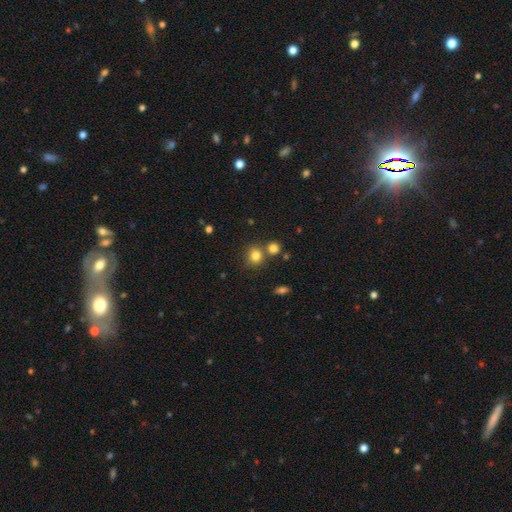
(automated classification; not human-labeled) Smooth or featured: smooth — 80% (star or artifact — 13%)
How rounded: round — 80% (in between — 19%)
Merging: none — 66% (merger — 20%)